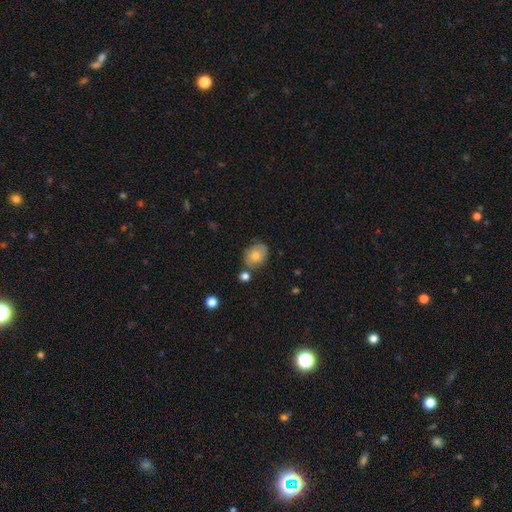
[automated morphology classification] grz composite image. It shows a smooth galaxy with no disk features (74%) that is in between round and cigar-shaped (59%). Merging: none (68%).